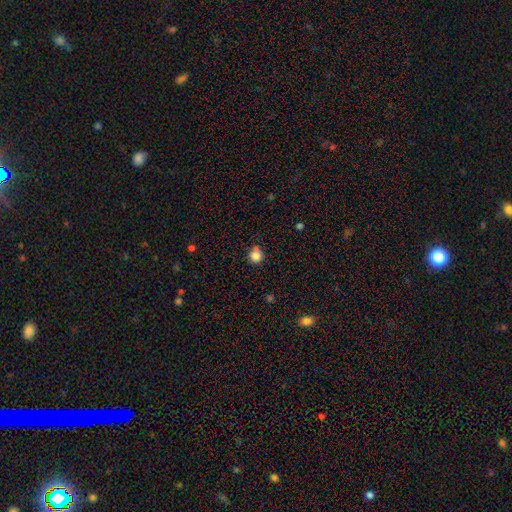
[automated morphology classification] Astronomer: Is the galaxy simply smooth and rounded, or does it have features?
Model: smooth — 83%.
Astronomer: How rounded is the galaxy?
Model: round — 91%.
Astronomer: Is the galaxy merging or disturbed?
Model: none — 72%.